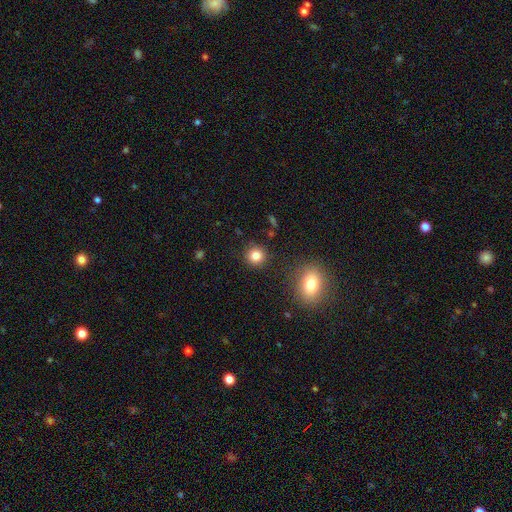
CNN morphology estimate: smooth-or-featured: smooth: 83% | star or artifact: 12% | featured or disk: 5%
  how-rounded: round: 91% | in between: 8% | cigar-shaped: 1%
  merging: none: 89% | minor disturbance: 6% | major disturbance: 2% | merger: 2%